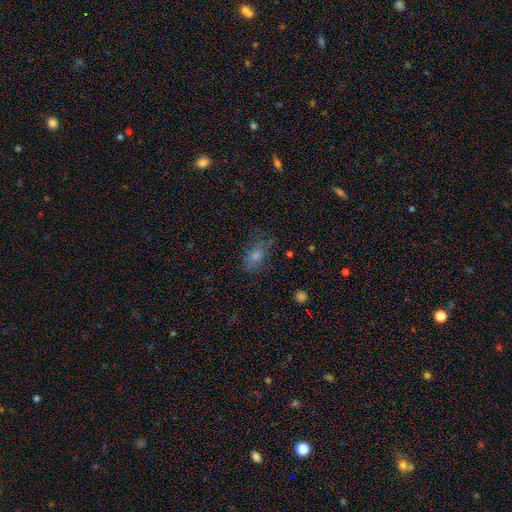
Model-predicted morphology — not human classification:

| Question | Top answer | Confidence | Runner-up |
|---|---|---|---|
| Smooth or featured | smooth | 68% | featured or disk (18%) |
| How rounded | in between | 80% | round (16%) |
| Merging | none | 56% | minor disturbance (26%) |